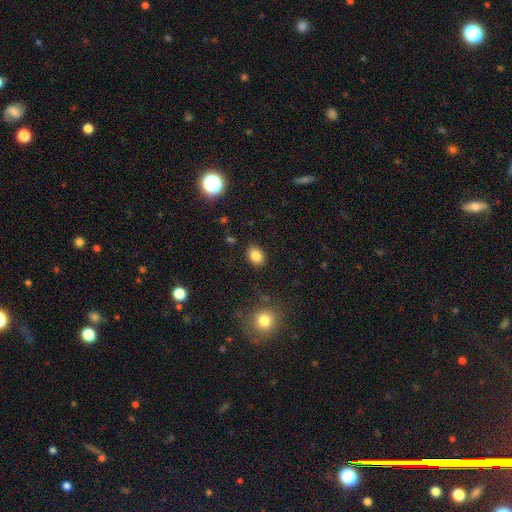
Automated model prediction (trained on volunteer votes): Smooth or featured? Predicted: smooth (p=0.84). How rounded? Predicted: in between (p=0.67). Merging? Predicted: none (p=0.87).